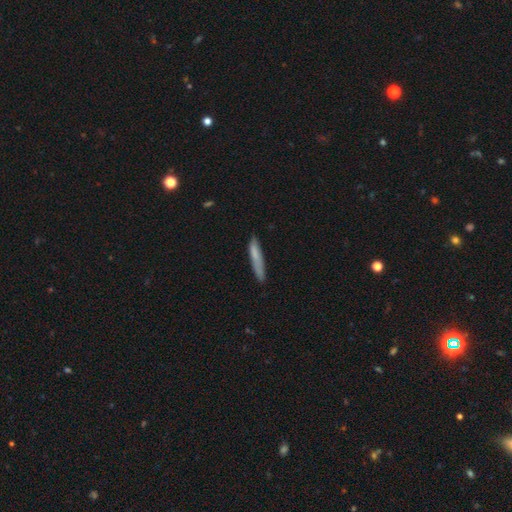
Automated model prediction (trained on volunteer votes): Overall: smooth (74%). How rounded: cigar-shaped (92%). Merging: none (76%).